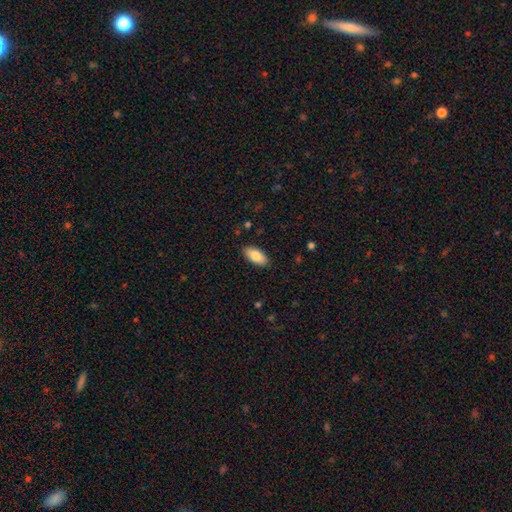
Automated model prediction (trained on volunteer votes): Smooth or featured?
  - smooth: 84% *
  - featured or disk: 10%
  - star or artifact: 6%
How rounded?
  - in between: 92% *
  - cigar-shaped: 6%
  - round: 2%
Merging?
  - none: 88% *
  - minor disturbance: 9%
  - major disturbance: 2%
  - merger: 1%